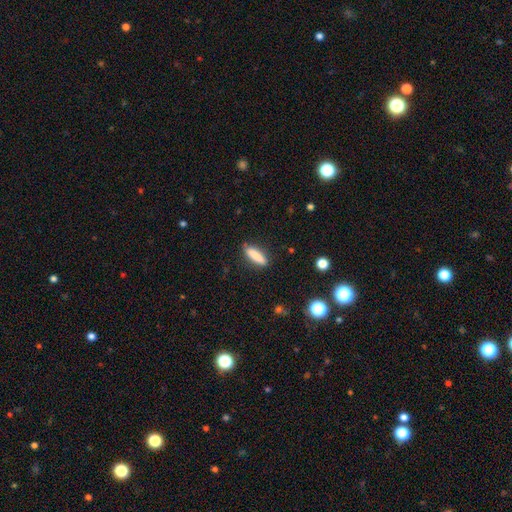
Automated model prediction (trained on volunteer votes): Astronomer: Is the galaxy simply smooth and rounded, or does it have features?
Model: smooth — 83%.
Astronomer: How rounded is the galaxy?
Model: cigar-shaped — 67%.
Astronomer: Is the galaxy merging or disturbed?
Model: none — 86%.